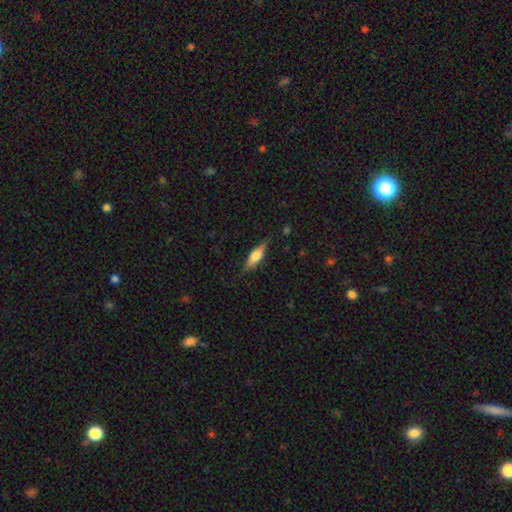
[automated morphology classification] The model was most divided on "how rounded": cigar-shaped: 53%, in between: 44%, round: 3%. More confident: merging — none (80%); smooth or featured — smooth (52%).